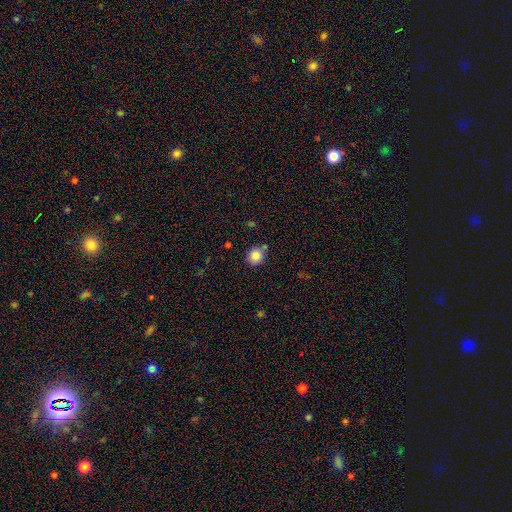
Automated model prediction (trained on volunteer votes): A smooth galaxy with no disk features (84%) that is round (83%).

Vote fractions:
- Smooth or featured? smooth: 84% / star or artifact: 10% / featured or disk: 6%
- How rounded? round: 83% / in between: 16% / cigar-shaped: 1%
- Merging? none: 79% / minor disturbance: 12% / merger: 7% / major disturbance: 3%